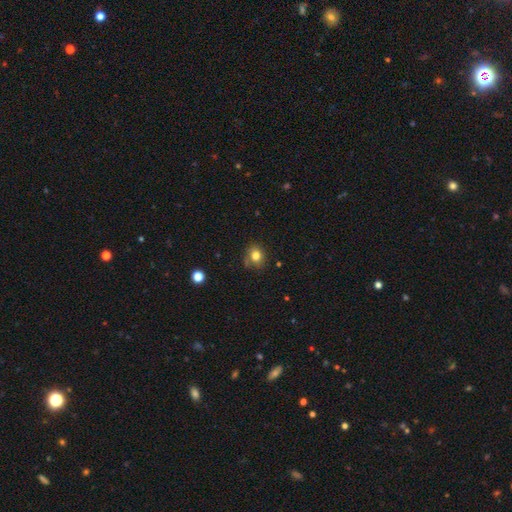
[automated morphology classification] smooth-or-featured: smooth: 79% | star or artifact: 12% | featured or disk: 9%
  how-rounded: round: 66% | in between: 33% | cigar-shaped: 1%
  merging: none: 70% | minor disturbance: 20% | major disturbance: 5% | merger: 5%